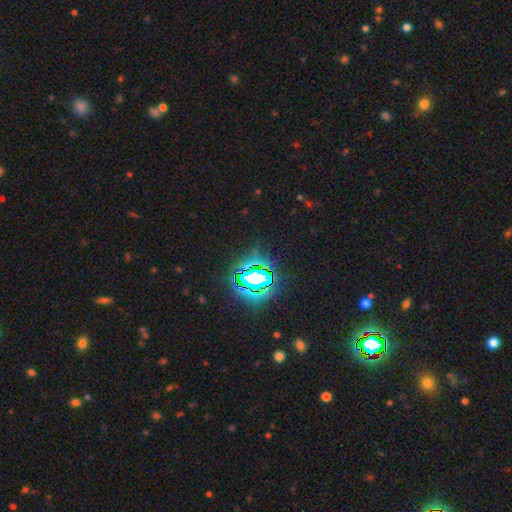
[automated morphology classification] smooth-or-featured: star or artifact: 83% | smooth: 11% | featured or disk: 6%